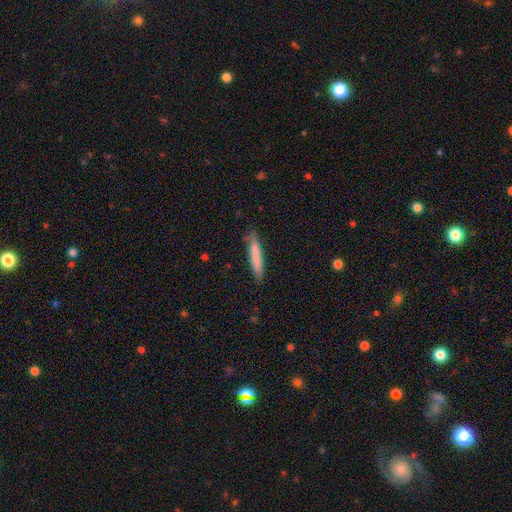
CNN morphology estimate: This is likely a smooth galaxy (77%). How rounded: clearly cigar-shaped (92%). Merging: clearly none (81%).